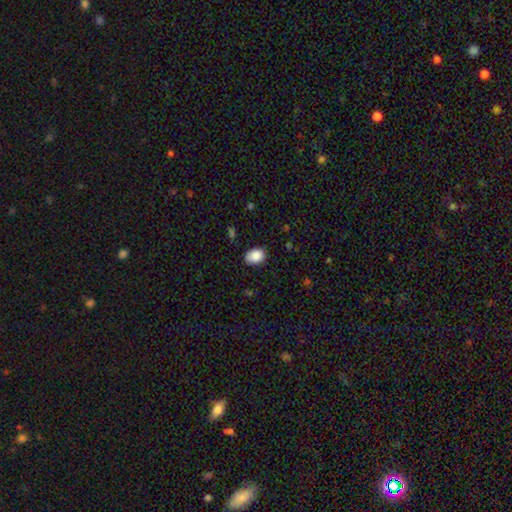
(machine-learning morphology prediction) Overall: smooth (88%). How rounded: in between (76%). Merging: none (83%).